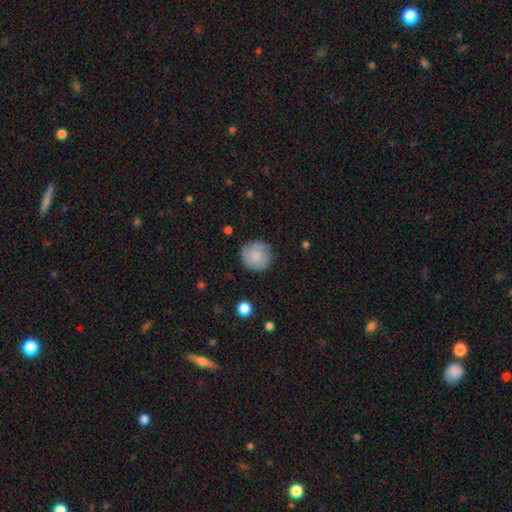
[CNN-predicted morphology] Q: Smooth or featured?
A: smooth (79%); runner-up: featured or disk (14%)
Q: How rounded?
A: round (92%); runner-up: in between (7%)
Q: Merging?
A: none (80%); runner-up: minor disturbance (15%)